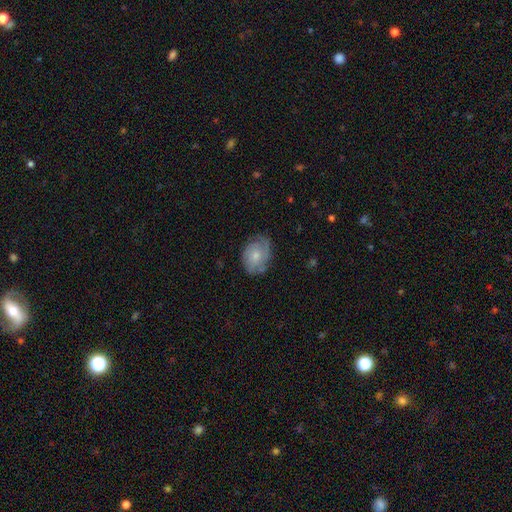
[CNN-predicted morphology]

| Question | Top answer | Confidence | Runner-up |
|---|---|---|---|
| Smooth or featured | smooth | 53% | featured or disk (40%) |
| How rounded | in between | 67% | round (32%) |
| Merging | none | 64% | minor disturbance (26%) |